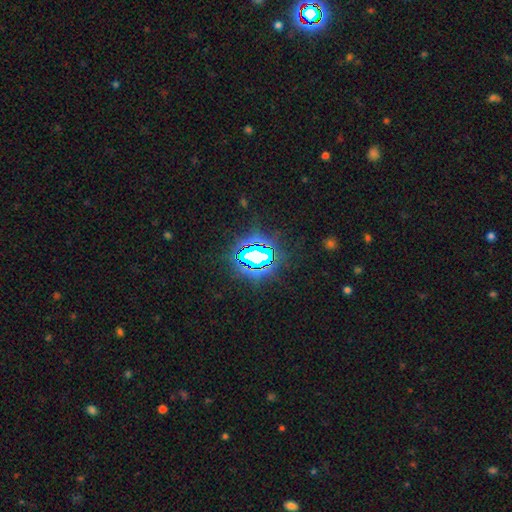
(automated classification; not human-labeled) Smooth or featured?
  - star or artifact: 73% *
  - smooth: 15%
  - featured or disk: 11%